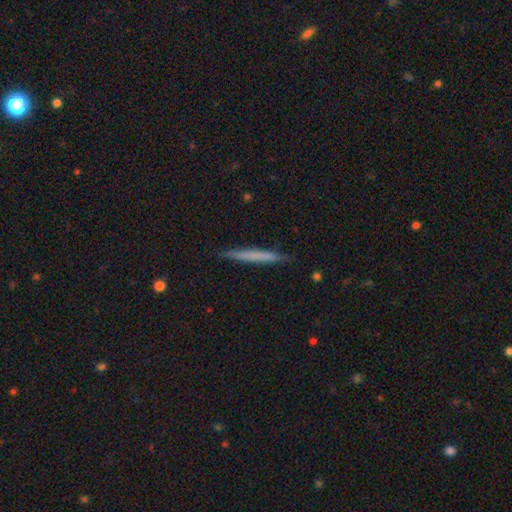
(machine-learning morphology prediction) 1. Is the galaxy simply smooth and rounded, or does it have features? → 59% smooth, 35% featured or disk, 6% star or artifact.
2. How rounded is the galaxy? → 97% cigar-shaped, 2% in between, 1% round.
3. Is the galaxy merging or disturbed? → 90% none, 8% minor disturbance, 2% major disturbance, 1% merger.